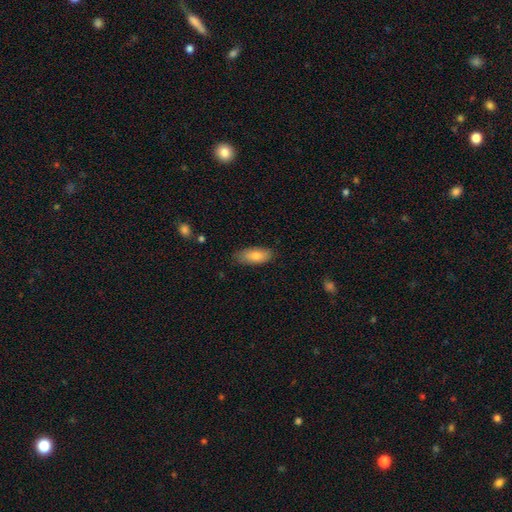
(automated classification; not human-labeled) Smooth or featured? Predicted: smooth (p=0.82). How rounded? Predicted: in between (p=0.84). Merging? Predicted: none (p=0.78).